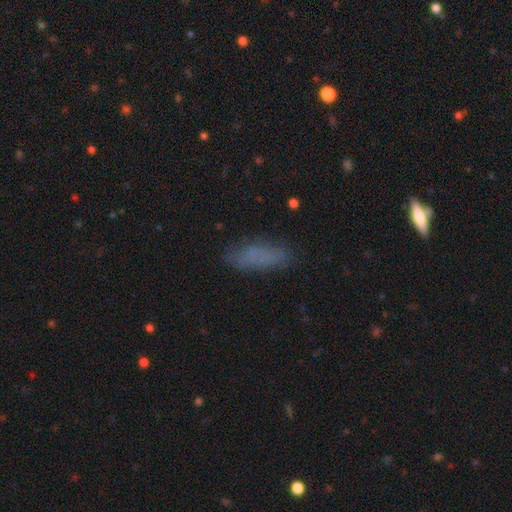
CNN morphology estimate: A smooth galaxy with no disk features (73%) that is in between round and cigar-shaped (50%). Merging: none (81%).